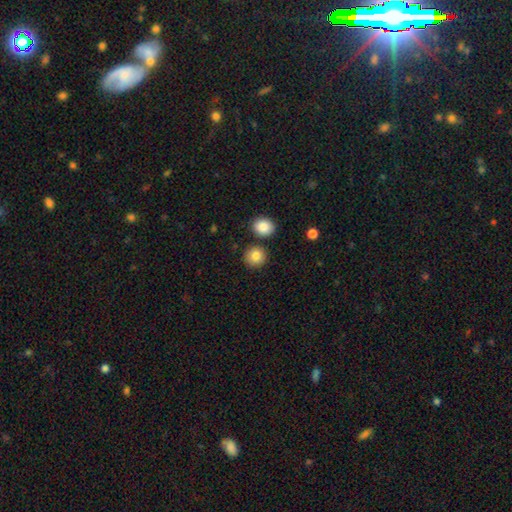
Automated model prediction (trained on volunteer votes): A smooth galaxy with no disk features (85%) that is round (88%).

Vote fractions:
- Smooth or featured? smooth: 85% / star or artifact: 9% / featured or disk: 6%
- How rounded? round: 88% / in between: 11% / cigar-shaped: 1%
- Merging? none: 82% / merger: 8% / minor disturbance: 7% / major disturbance: 2%